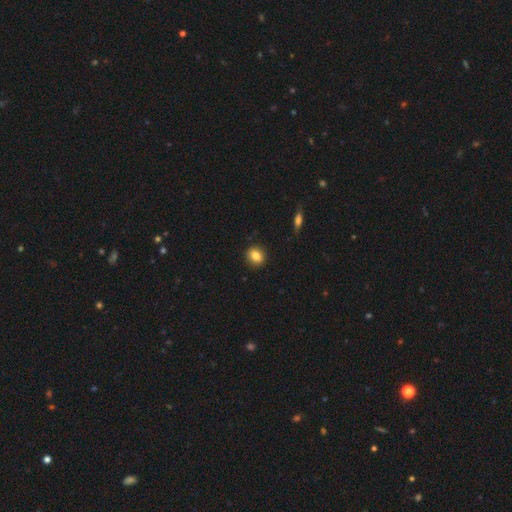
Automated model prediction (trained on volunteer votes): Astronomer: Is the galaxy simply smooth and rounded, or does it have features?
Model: smooth — 84%.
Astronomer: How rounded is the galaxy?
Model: round — 67%.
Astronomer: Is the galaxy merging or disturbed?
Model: none — 89%.